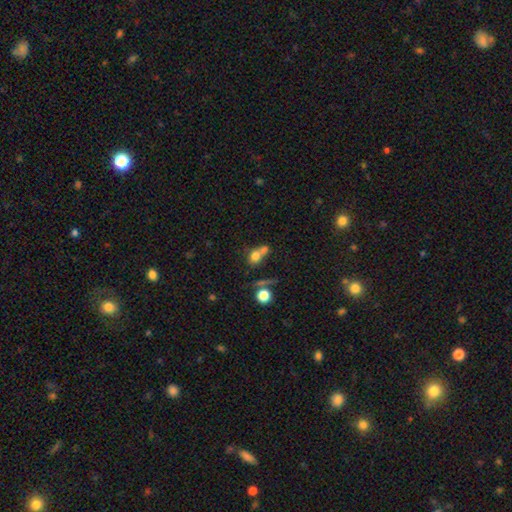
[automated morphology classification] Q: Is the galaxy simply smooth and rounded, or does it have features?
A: smooth — 70%.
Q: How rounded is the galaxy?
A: round — 55%.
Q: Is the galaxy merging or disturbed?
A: merger — 57%.